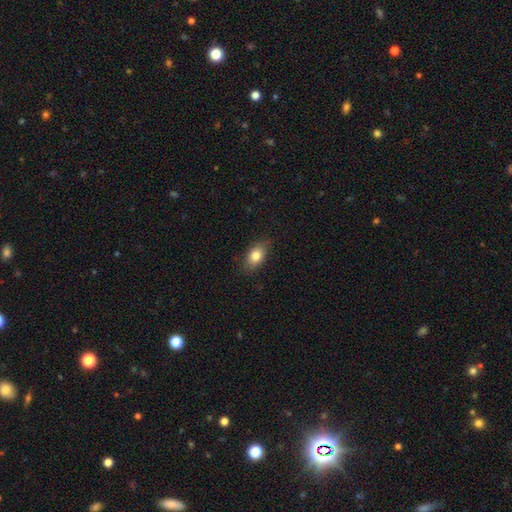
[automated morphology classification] This is clearly a smooth galaxy (81%). How rounded: clearly in between (83%). Merging: clearly none (83%).